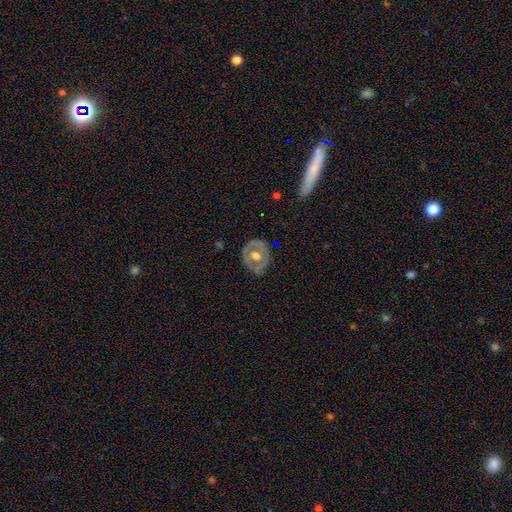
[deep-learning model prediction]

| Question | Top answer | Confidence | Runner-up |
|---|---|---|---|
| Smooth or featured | featured or disk | 57% | smooth (36%) |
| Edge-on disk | no | 93% | yes (7%) |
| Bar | no | 78% | weak (17%) |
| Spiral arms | no | 81% | yes (19%) |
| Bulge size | moderate | 71% | large (19%) |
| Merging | none | 77% | minor disturbance (17%) |